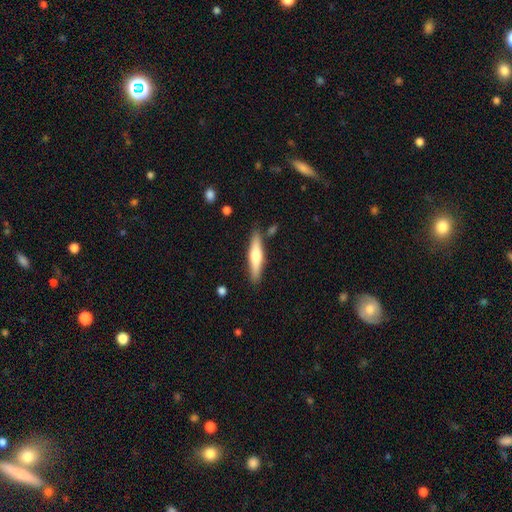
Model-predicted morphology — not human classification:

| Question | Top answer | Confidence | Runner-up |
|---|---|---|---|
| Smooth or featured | featured or disk | 50% | smooth (44%) |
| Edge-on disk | yes | 95% | no (5%) |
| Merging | none | 86% | minor disturbance (10%) |